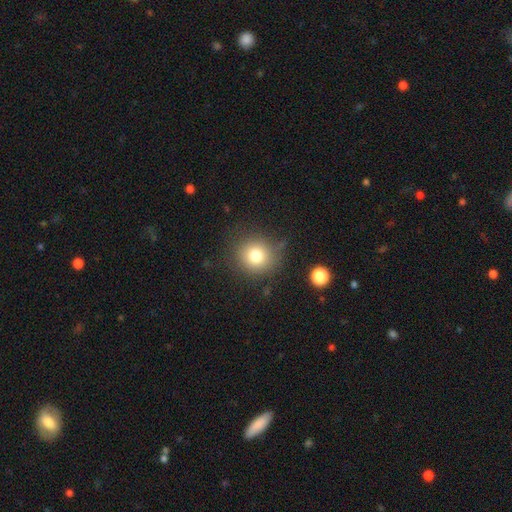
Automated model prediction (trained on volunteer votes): A smooth galaxy with no disk features (78%) that is round (90%). Merging: none (79%).